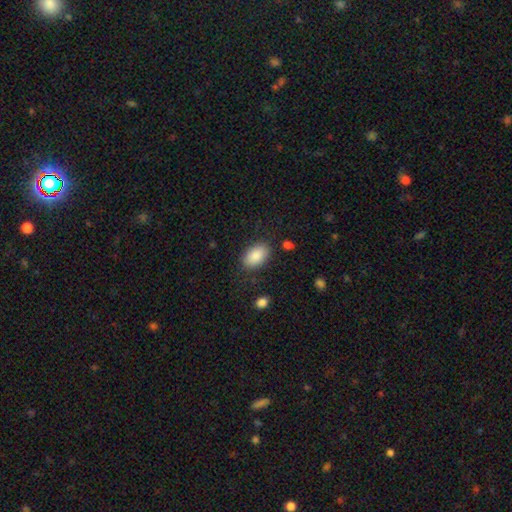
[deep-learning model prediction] Smooth or featured? Predicted: smooth (p=0.88). How rounded? Predicted: in between (p=0.92). Merging? Predicted: none (p=0.84).